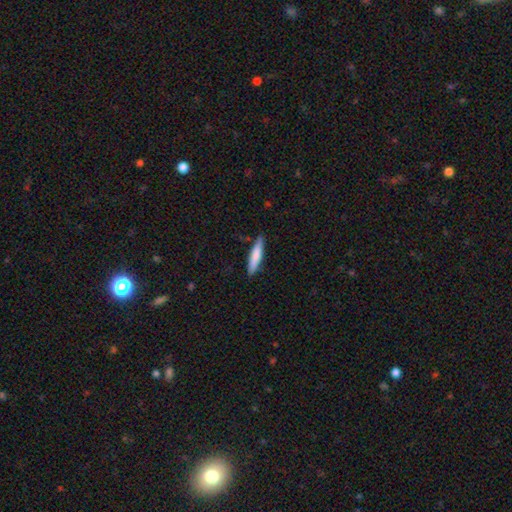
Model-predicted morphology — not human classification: smooth 75%, featured or disk 19%, star or artifact 5%. Down the decision tree: how rounded — cigar-shaped (86%); merging — none (84%).